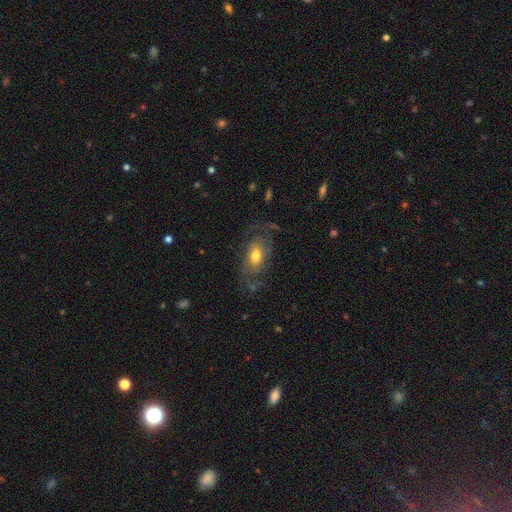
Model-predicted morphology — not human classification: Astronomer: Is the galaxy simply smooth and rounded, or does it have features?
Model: featured or disk — 66%.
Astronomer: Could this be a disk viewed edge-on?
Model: no — 93%.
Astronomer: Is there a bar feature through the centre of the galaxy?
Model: no — 67%.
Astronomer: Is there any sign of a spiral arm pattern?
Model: yes — 80%.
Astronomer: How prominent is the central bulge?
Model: moderate — 66%.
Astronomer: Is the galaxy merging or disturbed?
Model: none — 60%.